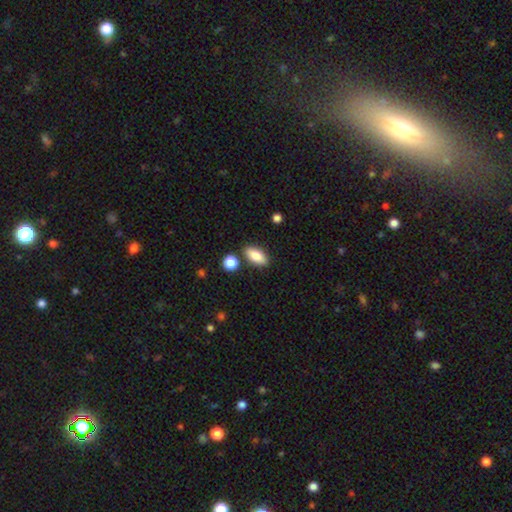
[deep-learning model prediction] A smooth galaxy with no disk features (83%) that is in between round and cigar-shaped (87%).

Vote fractions:
- Smooth or featured? smooth: 83% / featured or disk: 10% / star or artifact: 7%
- How rounded? in between: 87% / cigar-shaped: 9% / round: 4%
- Merging? none: 83% / minor disturbance: 9% / merger: 5% / major disturbance: 2%